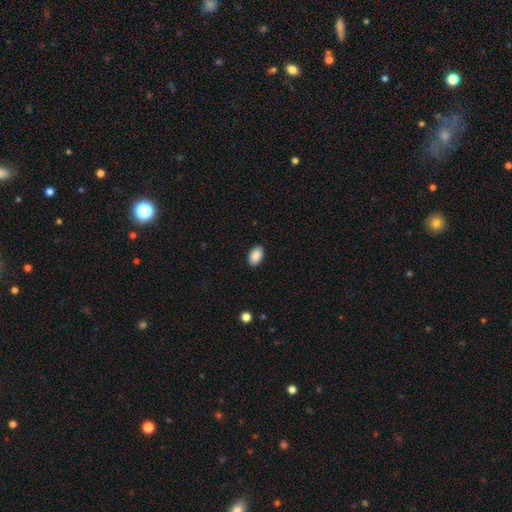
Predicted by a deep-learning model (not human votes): smooth 89%, star or artifact 7%, featured or disk 4%. Down the decision tree: how rounded — in between (92%); merging — none (89%).